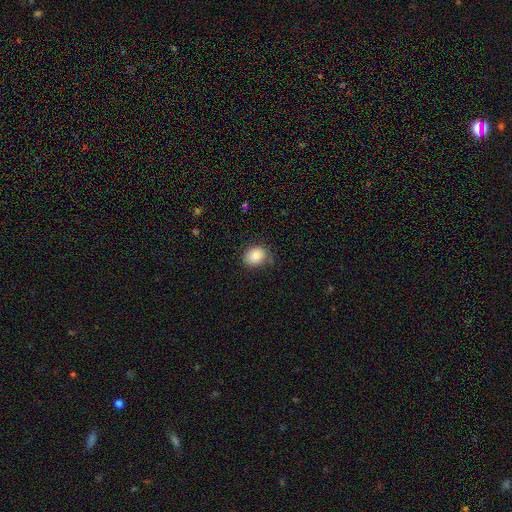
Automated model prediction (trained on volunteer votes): A smooth galaxy with no disk features (86%) that is round (51%).

Vote fractions:
- Smooth or featured? smooth: 86% / star or artifact: 9% / featured or disk: 5%
- How rounded? round: 51% / in between: 48% / cigar-shaped: 1%
- Merging? none: 75% / minor disturbance: 19% / major disturbance: 4% / merger: 2%